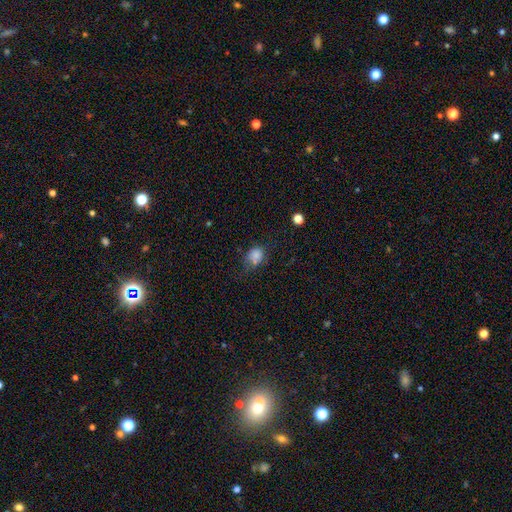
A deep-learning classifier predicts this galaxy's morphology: Q: Smooth or featured?
A: smooth (79%); runner-up: star or artifact (12%)
Q: How rounded?
A: round (62%); runner-up: in between (37%)
Q: Merging?
A: none (49%); runner-up: minor disturbance (29%)